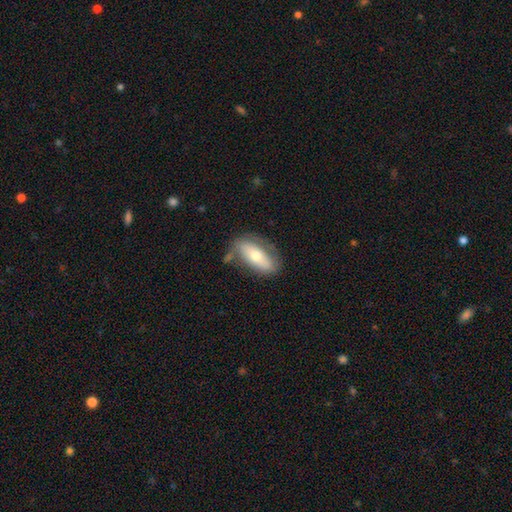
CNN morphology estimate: Smooth or featured?
  - smooth: 55% *
  - featured or disk: 38%
  - star or artifact: 7%
How rounded?
  - in between: 81% *
  - cigar-shaped: 16%
  - round: 3%
Merging?
  - none: 64% *
  - minor disturbance: 22%
  - major disturbance: 8%
  - merger: 6%